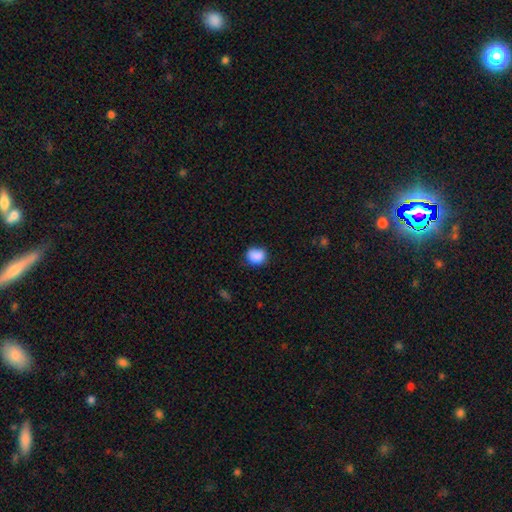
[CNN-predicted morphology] Smooth or featured? Predicted: smooth (p=0.88). How rounded? Predicted: round (p=0.65). Merging? Predicted: none (p=0.76).